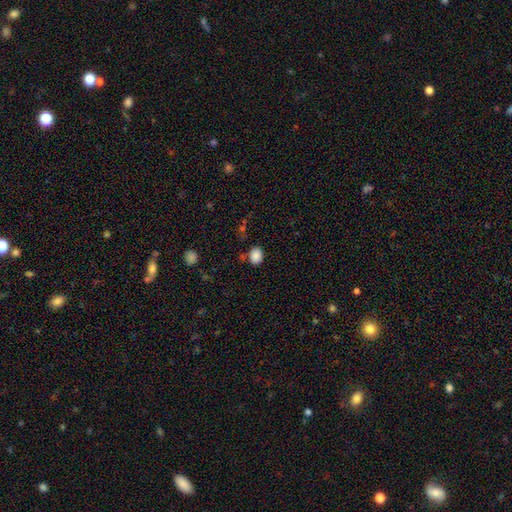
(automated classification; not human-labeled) Smooth or featured: smooth — 86% (star or artifact — 10%)
How rounded: in between — 55% (round — 44%)
Merging: none — 75% (minor disturbance — 16%)